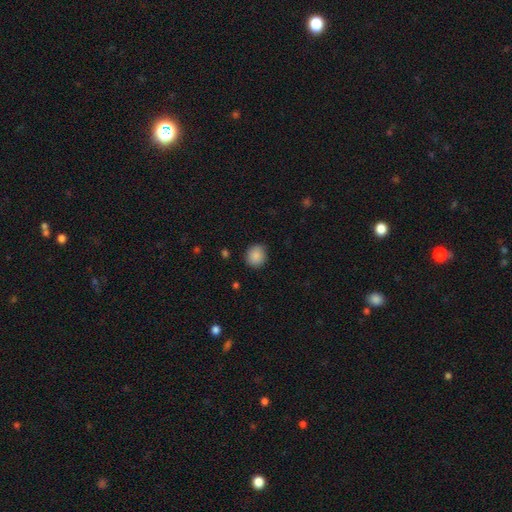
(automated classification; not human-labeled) smooth 88%, star or artifact 8%, featured or disk 4%. Down the decision tree: how rounded — round (83%); merging — none (86%).